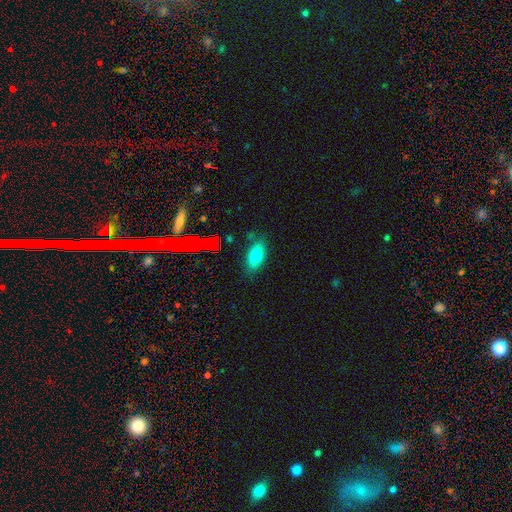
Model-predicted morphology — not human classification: Overall: smooth (77%). How rounded: in between (86%). Merging: none (78%).